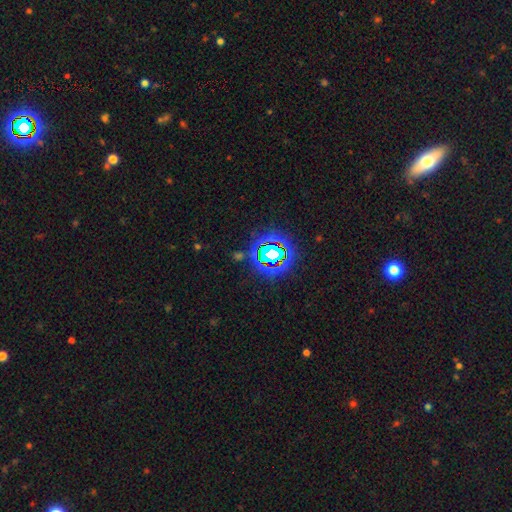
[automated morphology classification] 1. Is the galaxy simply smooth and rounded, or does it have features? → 77% star or artifact, 13% smooth, 10% featured or disk.